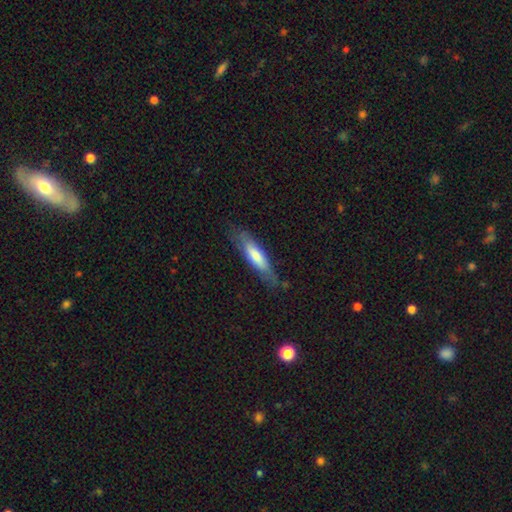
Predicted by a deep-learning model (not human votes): Morphology: type=smooth (60%); roundness=cigar-shaped (75%); merging=none (74%).